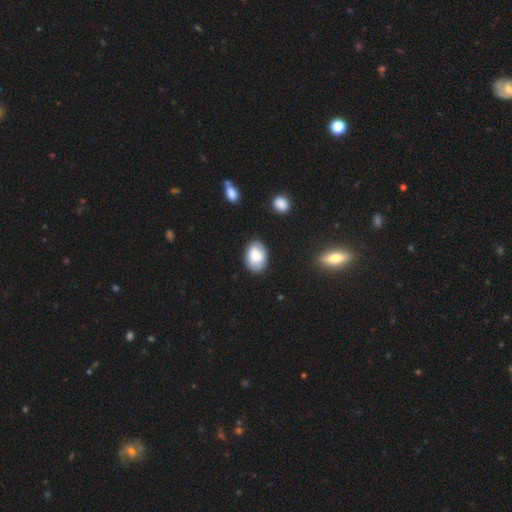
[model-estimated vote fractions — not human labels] smooth 77%, featured or disk 16%, star or artifact 7%. Down the decision tree: how rounded — in between (87%); merging — none (81%).